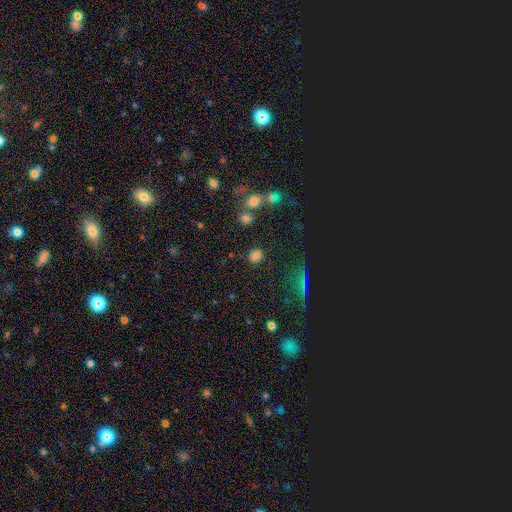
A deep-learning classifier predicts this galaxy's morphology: This appears to be a smooth galaxy with no disk features (77%) that is round (77%). Merging: none (83%).